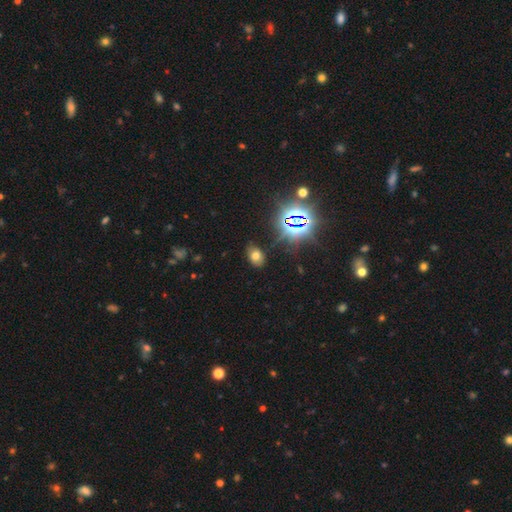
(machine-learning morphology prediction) The model was most divided on "smooth or featured": smooth: 60%, star or artifact: 30%, featured or disk: 10%. More confident: how rounded — in between (78%); merging — none (78%).